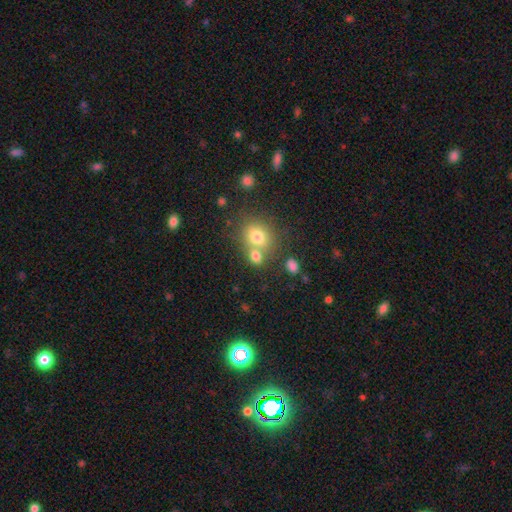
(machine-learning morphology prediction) smooth-or-featured: smooth: 75% | star or artifact: 13% | featured or disk: 12%
  how-rounded: round: 62% | in between: 37% | cigar-shaped: 1%
  merging: none: 44% | merger: 42% | minor disturbance: 9% | major disturbance: 4%